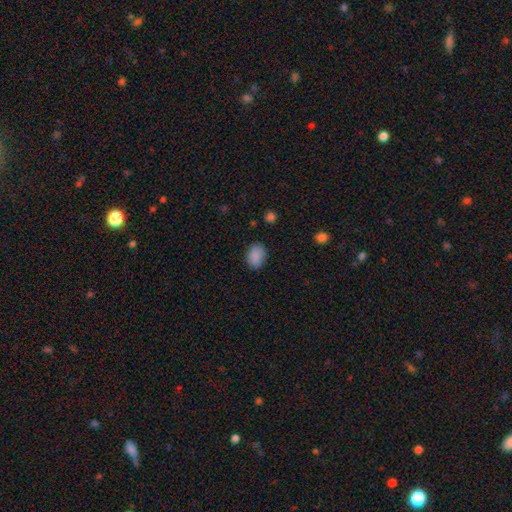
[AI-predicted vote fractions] smooth-or-featured: smooth: 89% | star or artifact: 8% | featured or disk: 4%
  how-rounded: in between: 75% | round: 24% | cigar-shaped: 1%
  merging: none: 83% | minor disturbance: 13% | major disturbance: 3% | merger: 1%